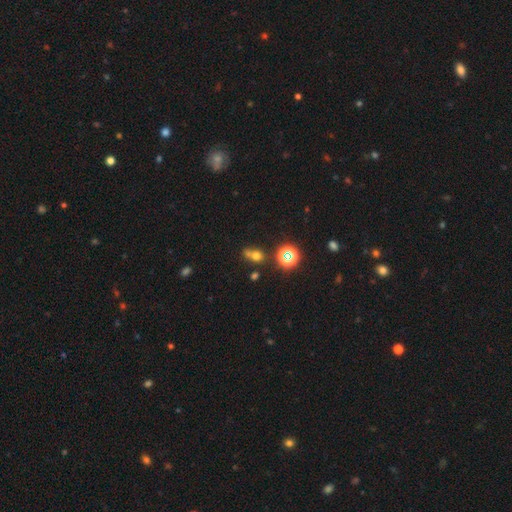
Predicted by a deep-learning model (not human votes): Morphology: type=smooth (59%); roundness=round (64%); merging=none (44%).